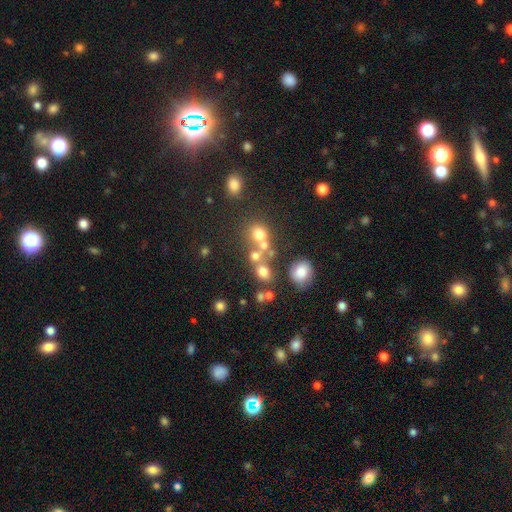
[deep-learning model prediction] Q: Smooth or featured?
A: smooth (62%); runner-up: star or artifact (20%)
Q: How rounded?
A: round (76%); runner-up: in between (22%)
Q: Merging?
A: none (46%); runner-up: merger (37%)